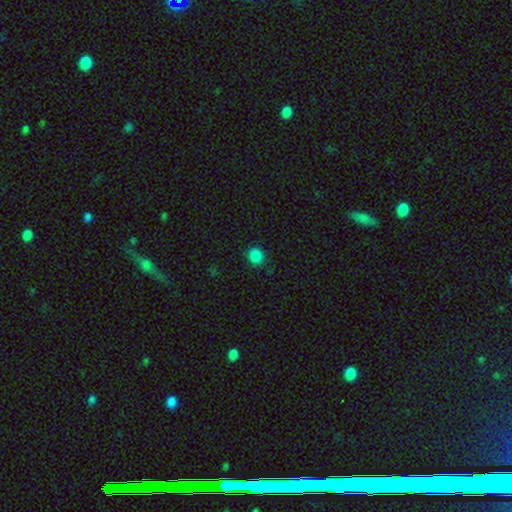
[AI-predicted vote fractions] Smooth or featured: smooth — 86% (star or artifact — 12%)
How rounded: round — 86% (in between — 13%)
Merging: none — 90% (minor disturbance — 7%)